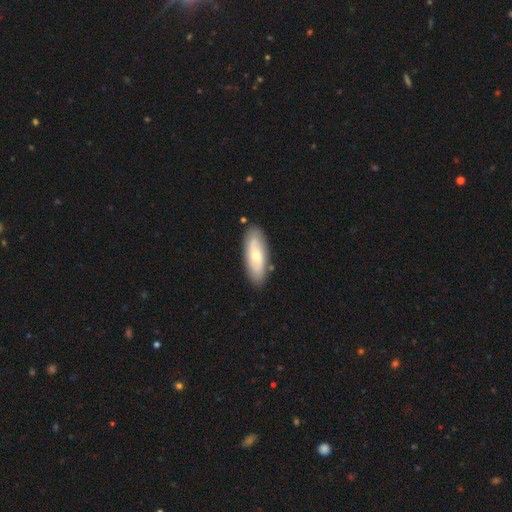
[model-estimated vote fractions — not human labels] Smooth or featured? Predicted: featured or disk (p=0.50). Merging? Predicted: none (p=0.83).